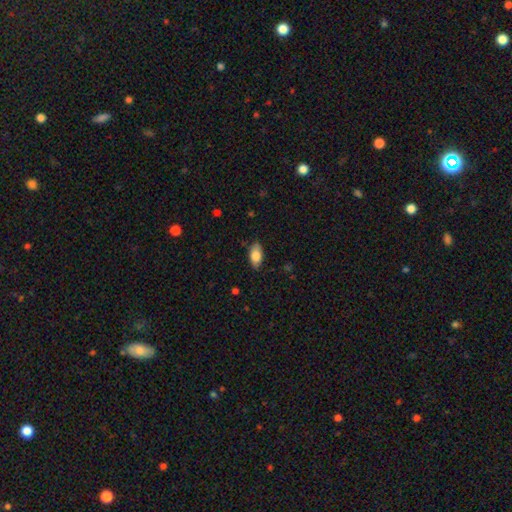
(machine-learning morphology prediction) smooth 81%, featured or disk 13%, star or artifact 7%. Down the decision tree: how rounded — in between (92%); merging — none (83%).